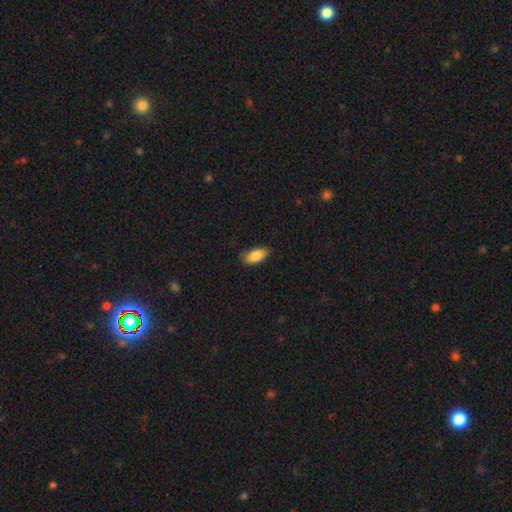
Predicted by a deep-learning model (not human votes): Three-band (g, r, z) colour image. It shows a smooth galaxy with no disk features (87%) that is in between round and cigar-shaped (91%). Merging: none (79%).